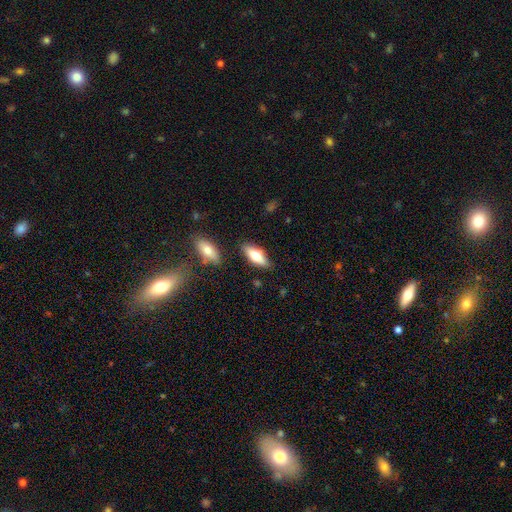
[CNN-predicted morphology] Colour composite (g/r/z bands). It shows a smooth galaxy with no disk features (66%) that is in between round and cigar-shaped (72%). Merging: none (82%).